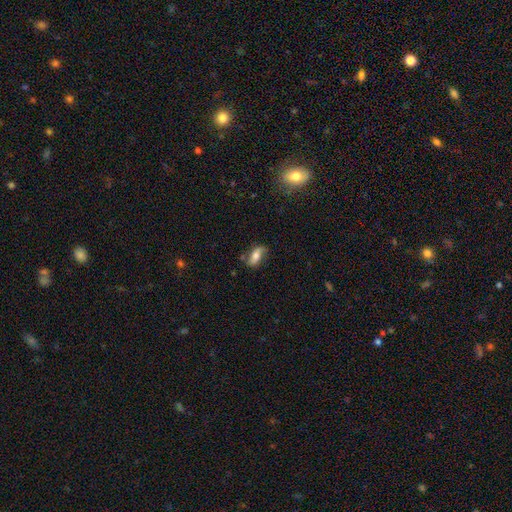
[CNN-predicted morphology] This appears to be a smooth galaxy with no disk features (53%) that is in between round and cigar-shaped (76%). Merging: none (67%).